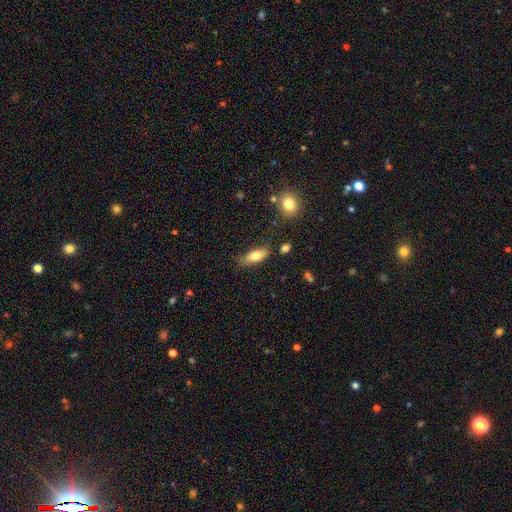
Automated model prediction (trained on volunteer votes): A smooth galaxy with no disk features (74%) that is in between round and cigar-shaped (71%). Merging: none (65%).